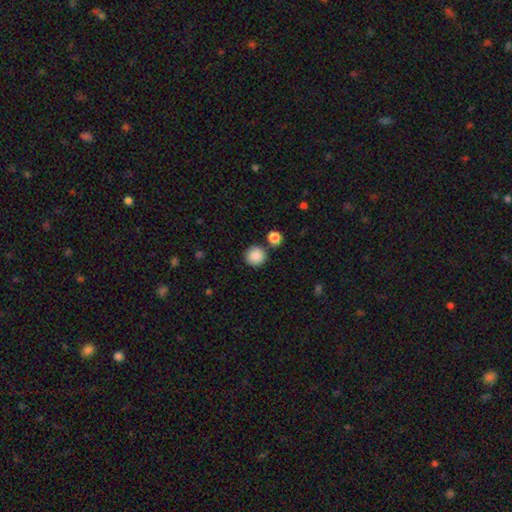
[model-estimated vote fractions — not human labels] smooth_or_featured: smooth (p=0.88) [alt: star or artifact p=0.08]
how_rounded: round (p=0.93) [alt: in between p=0.06]
merging: none (p=0.81) [alt: merger p=0.09]